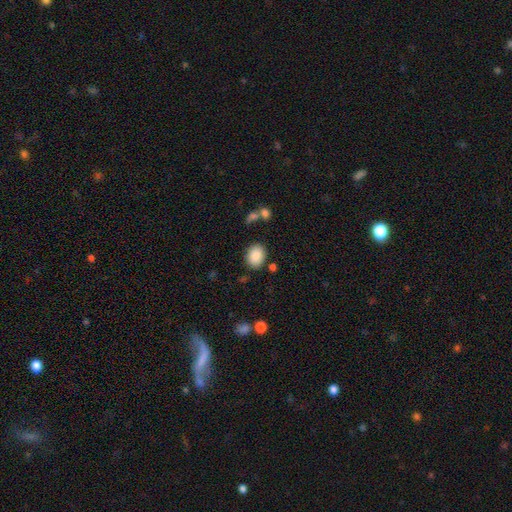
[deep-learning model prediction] This appears to be a smooth galaxy with no disk features (87%) that is in between round and cigar-shaped (57%). Merging: none (83%).